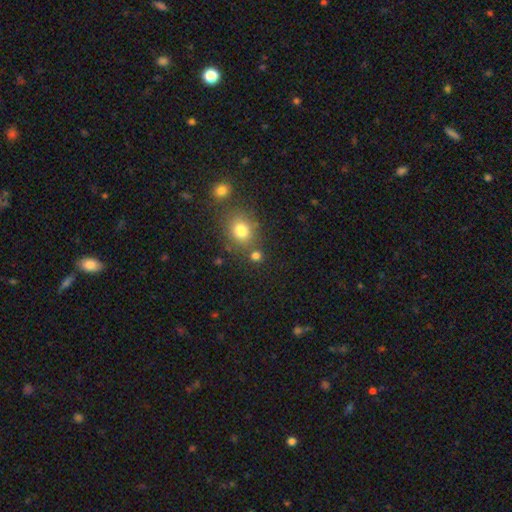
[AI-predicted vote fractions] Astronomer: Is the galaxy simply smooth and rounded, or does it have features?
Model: smooth — 75%.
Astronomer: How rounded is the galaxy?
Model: round — 81%.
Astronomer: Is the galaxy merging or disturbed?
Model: none — 71%.